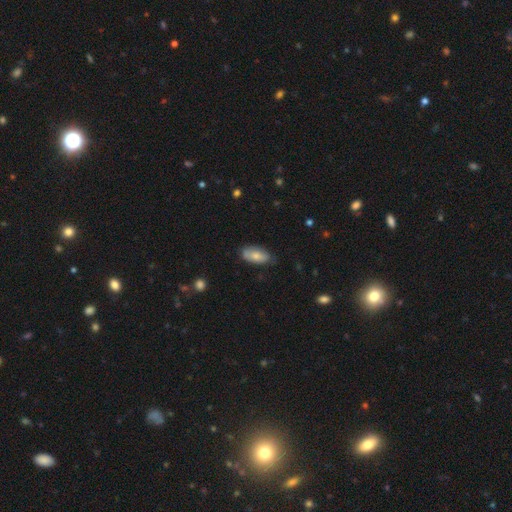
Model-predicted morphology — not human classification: smooth 75%, featured or disk 19%, star or artifact 6%. Down the decision tree: how rounded — in between (91%); merging — none (72%).